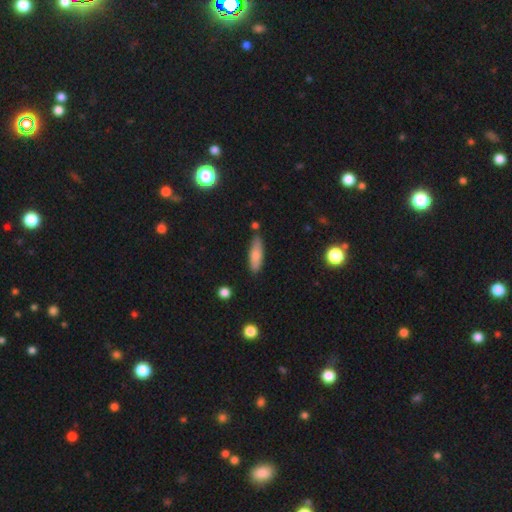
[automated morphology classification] A smooth galaxy with no disk features (78%) that is cigar-shaped (50%).

Vote fractions:
- Smooth or featured? smooth: 78% / featured or disk: 15% / star or artifact: 7%
- How rounded? cigar-shaped: 50% / in between: 48% / round: 2%
- Merging? none: 77% / minor disturbance: 16% / merger: 5% / major disturbance: 3%